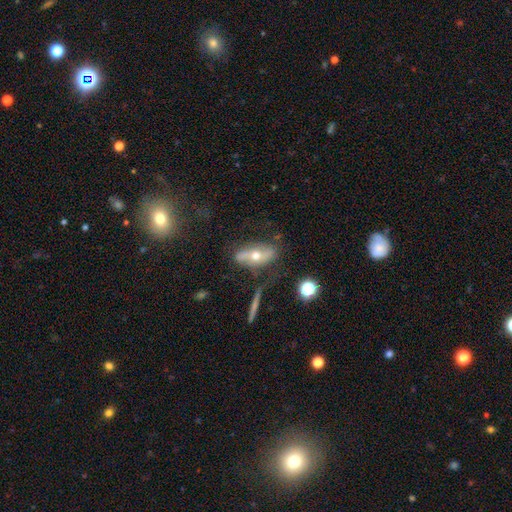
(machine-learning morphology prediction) smooth_or_featured: featured or disk (p=0.60) [alt: smooth p=0.31]
disk_edge_on: no (p=0.65) [alt: yes p=0.35]
merging: none (p=0.64) [alt: minor disturbance p=0.20]